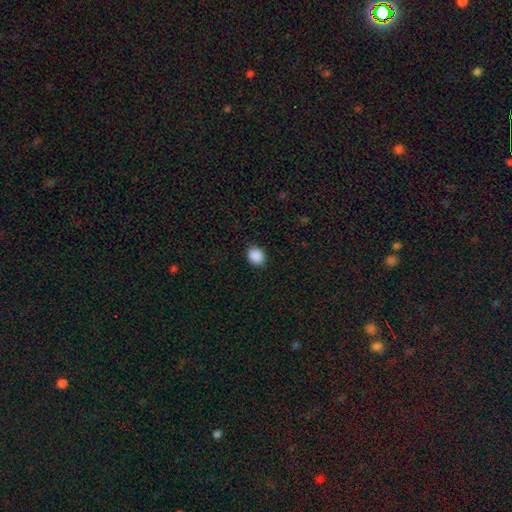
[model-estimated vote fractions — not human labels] Smooth or featured? smooth (89%)
How rounded? round (62%)
Merging? none (89%)